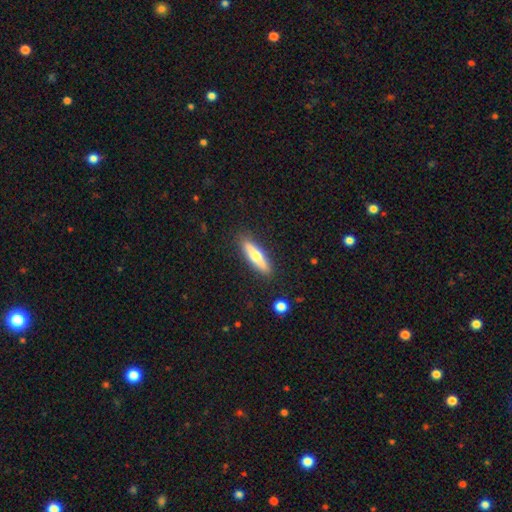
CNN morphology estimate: type=smooth (54%); roundness=cigar-shaped (78%); merging=none (88%).